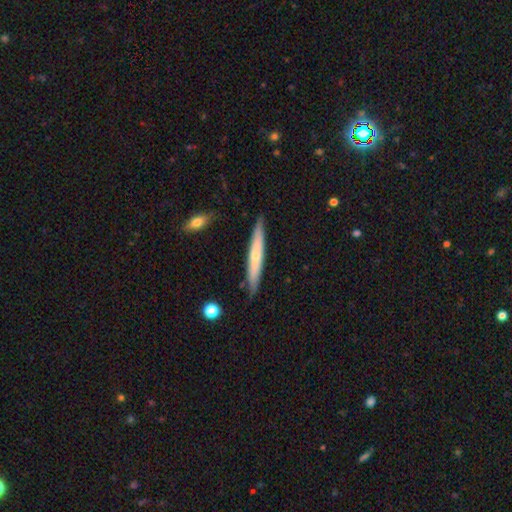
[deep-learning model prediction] This appears to be a smooth galaxy with no disk features (49%). Merging: none (87%).